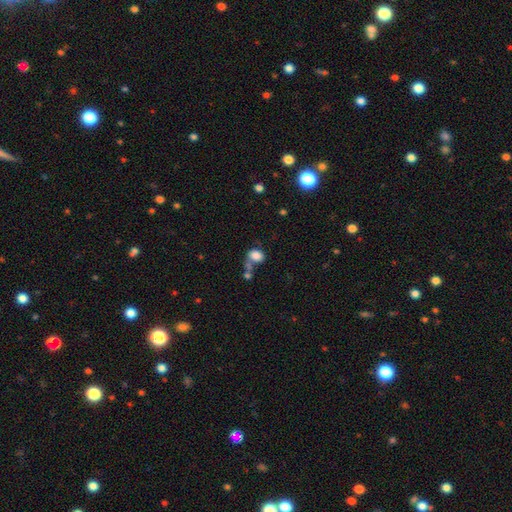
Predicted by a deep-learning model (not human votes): Overall: smooth (82%). How rounded: in between (64%; round 35%). Merging: none (39%; merger 34%).